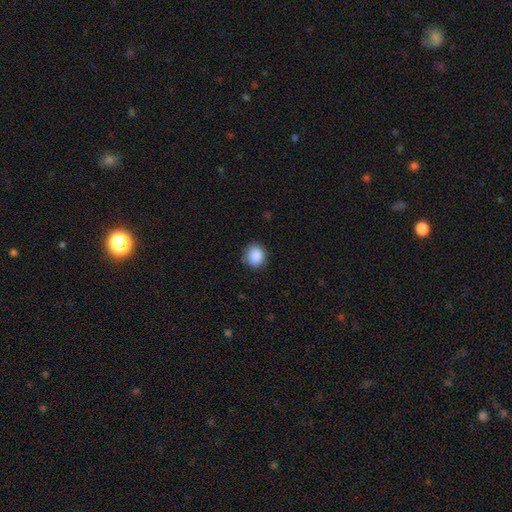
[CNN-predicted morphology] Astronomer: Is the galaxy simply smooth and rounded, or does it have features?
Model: smooth — 89%.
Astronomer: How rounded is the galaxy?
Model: round — 76%.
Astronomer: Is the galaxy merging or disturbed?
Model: none — 83%.